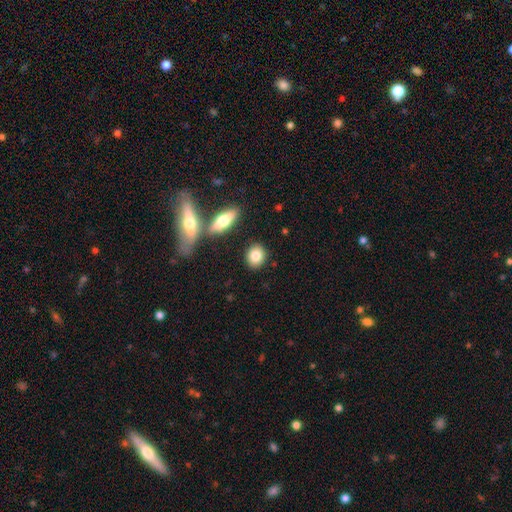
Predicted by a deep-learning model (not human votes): smooth-or-featured: smooth: 82% | featured or disk: 11% | star or artifact: 7%
  how-rounded: round: 58% | in between: 40% | cigar-shaped: 3%
  merging: none: 84% | minor disturbance: 8% | merger: 5% | major disturbance: 3%